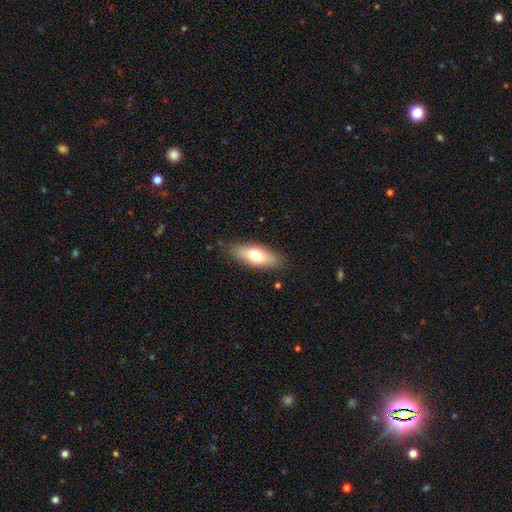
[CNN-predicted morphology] Smooth or featured?
  - smooth: 70% *
  - featured or disk: 24%
  - star or artifact: 7%
How rounded?
  - in between: 74% *
  - cigar-shaped: 23%
  - round: 3%
Merging?
  - none: 84% *
  - minor disturbance: 12%
  - major disturbance: 3%
  - merger: 1%